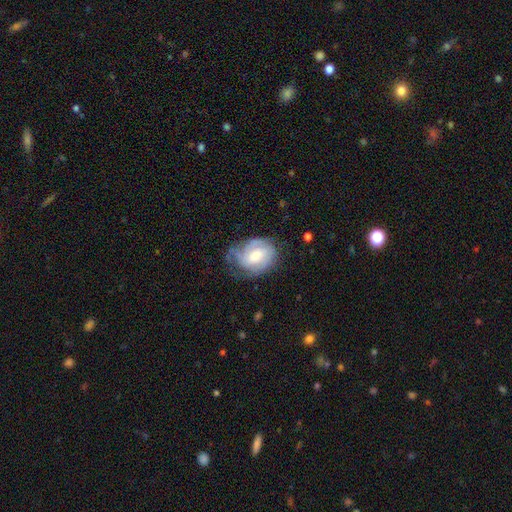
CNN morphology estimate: Smooth or featured?
  - featured or disk: 64% *
  - smooth: 30%
  - star or artifact: 7%
Edge-on disk?
  - no: 97% *
  - yes: 3%
Bar?
  - no: 47% *
  - weak: 43%
  - strong: 10%
Spiral arms?
  - yes: 86% *
  - no: 14%
Spiral winding?
  - tight: 51% *
  - medium: 36%
  - loose: 13%
Spiral arm count?
  - can't tell: 38% *
  - 2: 32%
  - 3: 16%
  - 1: 7%
  - 4: 4%
  - more than 4: 3%
Bulge size?
  - moderate: 52% *
  - small: 36%
  - large: 8%
  - none: 3%
  - dominant: 1%
Merging?
  - none: 50% *
  - minor disturbance: 30%
  - major disturbance: 18%
  - merger: 2%